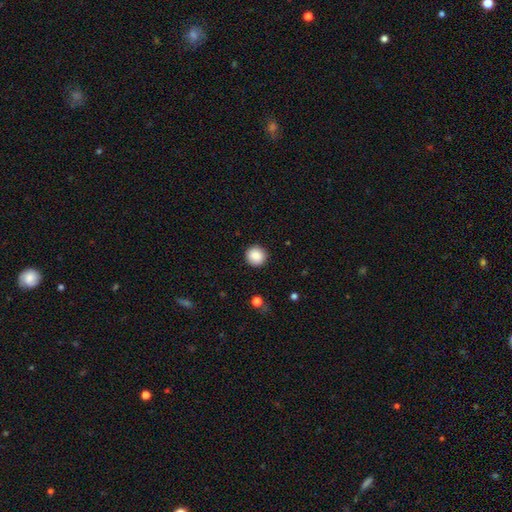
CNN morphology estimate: smooth 88%, star or artifact 9%, featured or disk 3%. Down the decision tree: how rounded — round (95%); merging — none (92%).